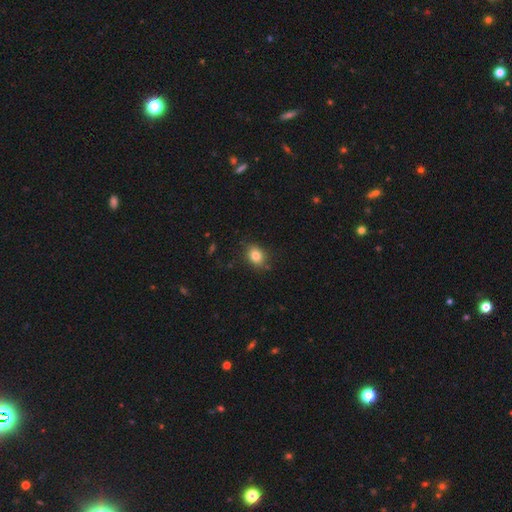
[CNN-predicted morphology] Q: Smooth or featured?
A: smooth (82%); runner-up: star or artifact (10%)
Q: How rounded?
A: in between (59%); runner-up: round (40%)
Q: Merging?
A: none (83%); runner-up: minor disturbance (13%)